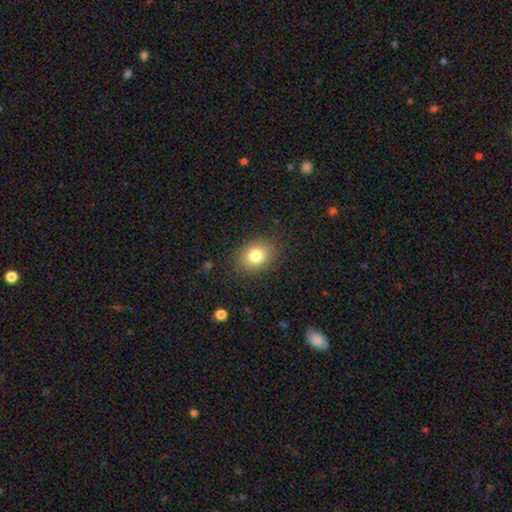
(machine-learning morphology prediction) type=smooth (80%); roundness=in between (53%); merging=none (85%).